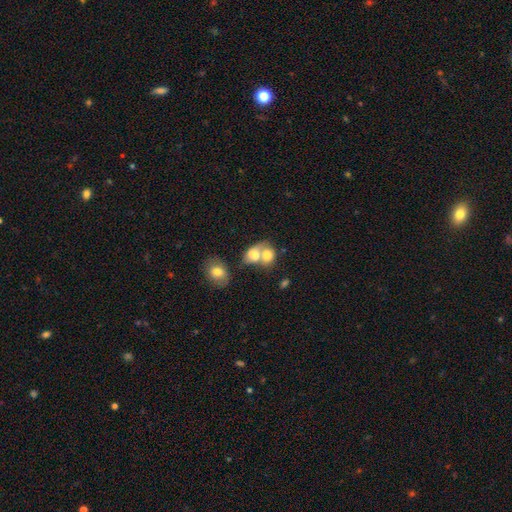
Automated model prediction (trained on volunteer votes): smooth 71%, featured or disk 21%, star or artifact 9%. Down the decision tree: how rounded — in between (53%); merging — merger (69%).